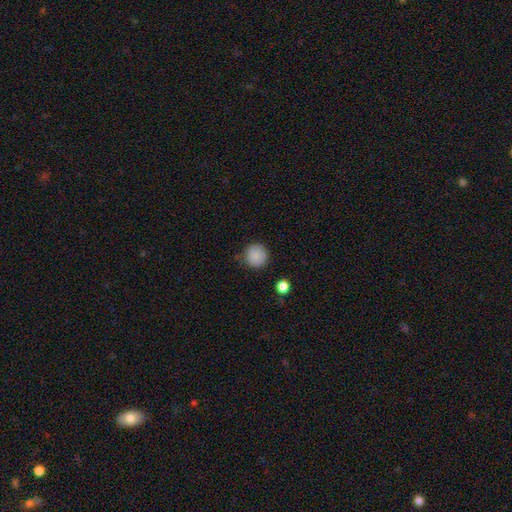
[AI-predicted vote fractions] This appears to be a smooth galaxy with no disk features (88%) that is round (94%). Merging: none (84%).